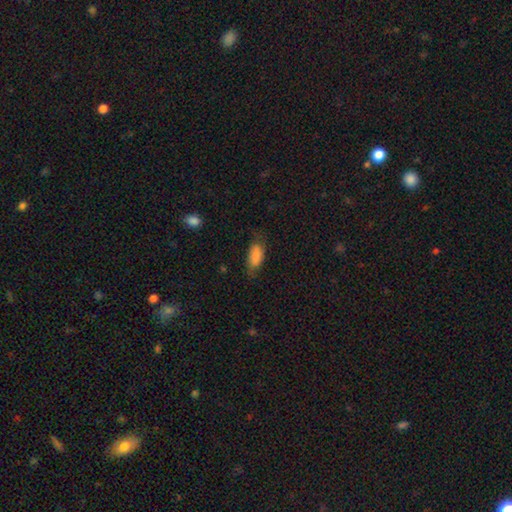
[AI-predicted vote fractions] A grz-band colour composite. It shows a smooth galaxy with no disk features (83%) that is in between round and cigar-shaped (88%). Merging: none (60%).